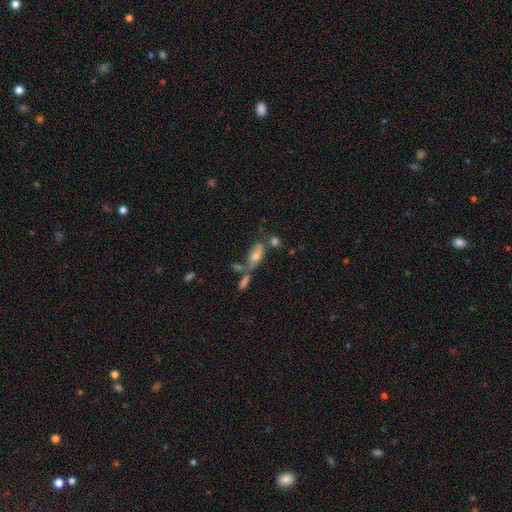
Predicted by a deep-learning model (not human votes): A smooth galaxy with no disk features (60%) that is in between round and cigar-shaped (77%). Merging: none (43%).